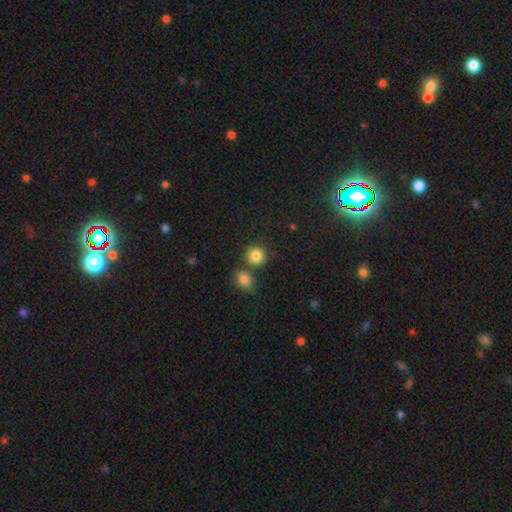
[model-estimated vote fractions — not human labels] Morphology: type=smooth (85%); roundness=round (88%); merging=none (71%).